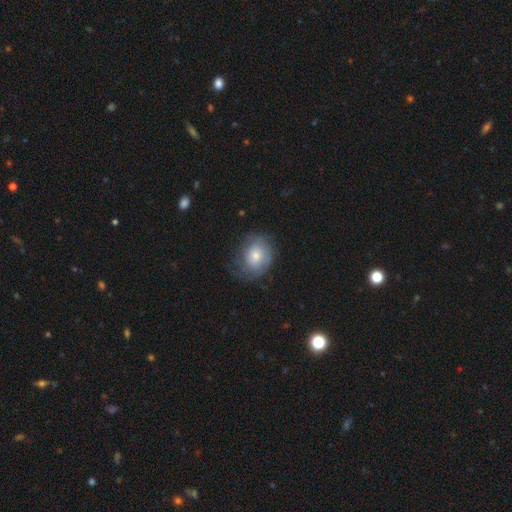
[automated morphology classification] A smooth galaxy with no disk features (54%) that is round (60%).

Vote fractions:
- Smooth or featured? smooth: 54% / featured or disk: 38% / star or artifact: 8%
- How rounded? round: 60% / in between: 39% / cigar-shaped: 1%
- Merging? none: 57% / minor disturbance: 25% / major disturbance: 16% / merger: 1%